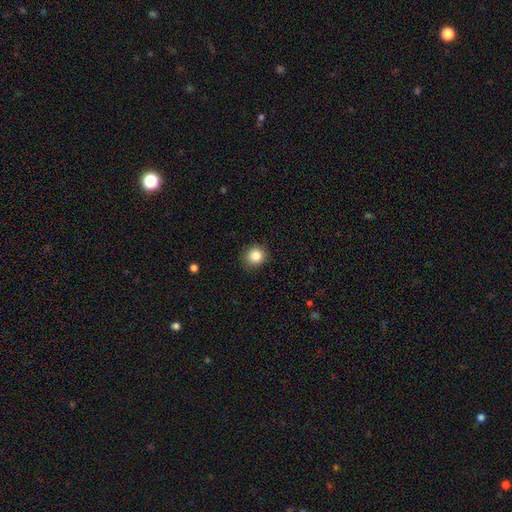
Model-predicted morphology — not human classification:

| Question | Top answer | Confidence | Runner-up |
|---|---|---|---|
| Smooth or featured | smooth | 85% | star or artifact (10%) |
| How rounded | round | 90% | in between (10%) |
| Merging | none | 88% | minor disturbance (9%) |